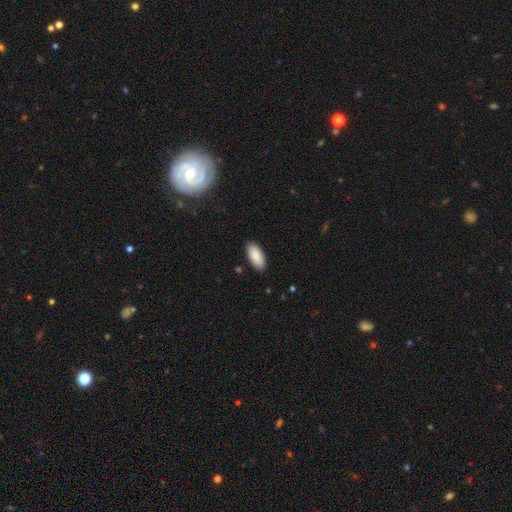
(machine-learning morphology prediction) A smooth galaxy with no disk features (89%) that is in between round and cigar-shaped (92%). Merging: none (88%).